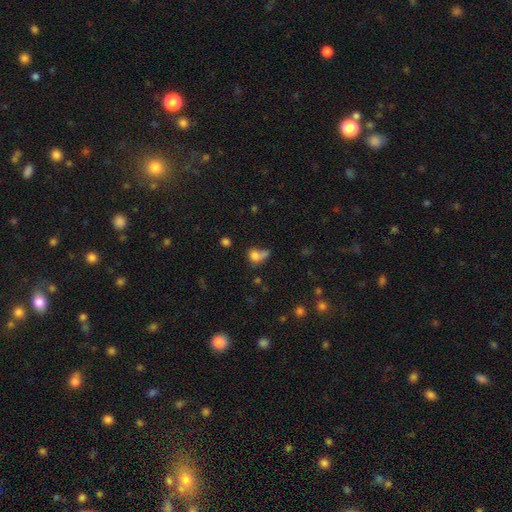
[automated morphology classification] Q: Smooth or featured?
A: smooth (75%); runner-up: star or artifact (13%)
Q: How rounded?
A: in between (53%); runner-up: round (44%)
Q: Merging?
A: merger (31%); runner-up: none (29%)